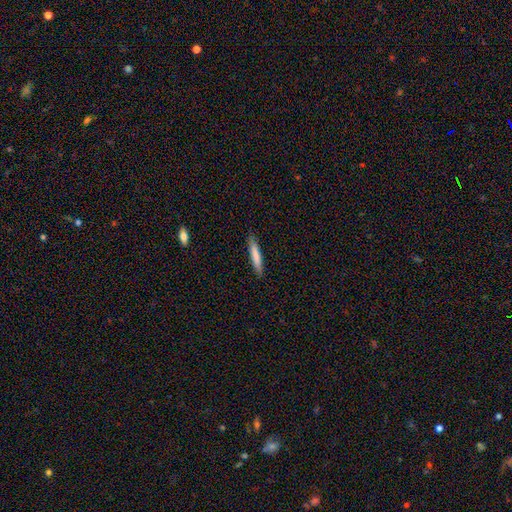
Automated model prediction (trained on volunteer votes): Smooth or featured? smooth (79%)
How rounded? cigar-shaped (93%)
Merging? none (89%)